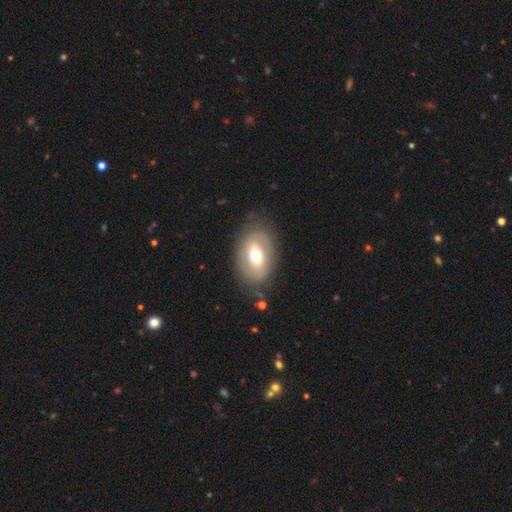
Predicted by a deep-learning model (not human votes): This is possibly a smooth galaxy (47%). Merging: likely none (76%).